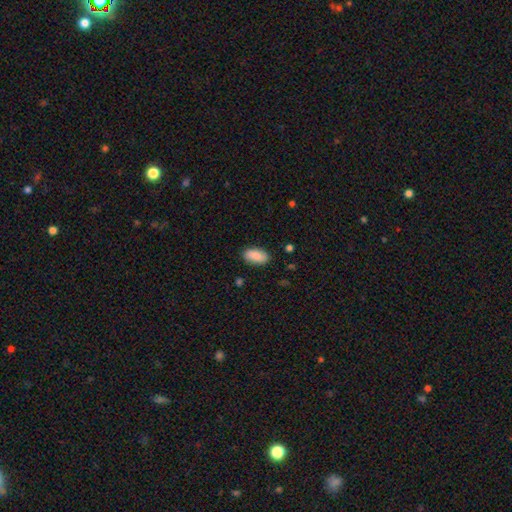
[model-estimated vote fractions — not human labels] Morphology: type=smooth (87%); roundness=in between (93%); merging=none (87%).